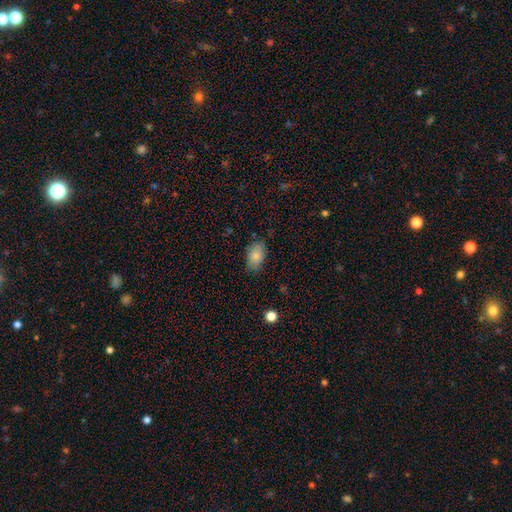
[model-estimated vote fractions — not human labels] Smooth or featured? smooth (86%)
How rounded? in between (91%)
Merging? none (81%)